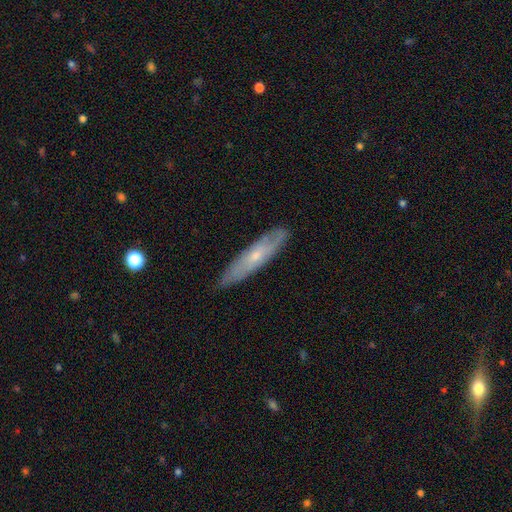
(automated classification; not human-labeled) smooth_or_featured: featured or disk (p=0.52) [alt: smooth p=0.41]
disk_edge_on: yes (p=0.54) [alt: no p=0.46]
merging: none (p=0.83) [alt: minor disturbance p=0.14]